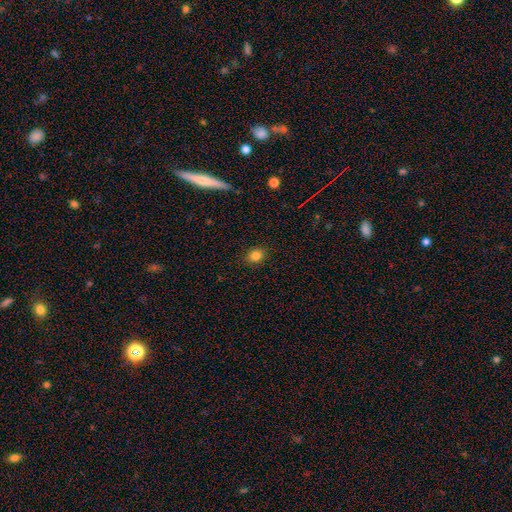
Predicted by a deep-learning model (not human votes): Q: Smooth or featured?
A: smooth (84%); runner-up: star or artifact (11%)
Q: How rounded?
A: round (59%); runner-up: in between (40%)
Q: Merging?
A: none (89%); runner-up: minor disturbance (8%)